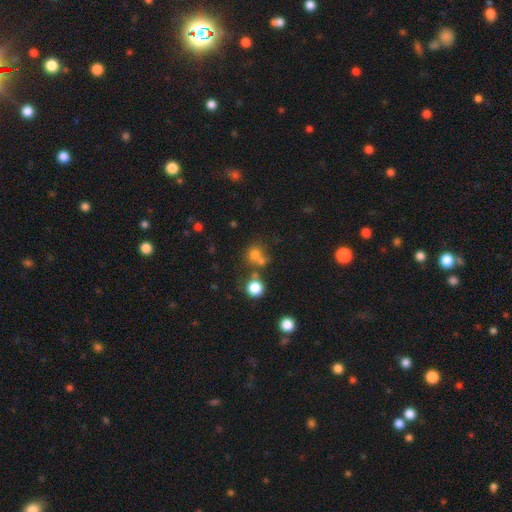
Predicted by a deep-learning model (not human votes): Morphology: type=smooth (70%); roundness=round (80%); merging=none (49%).